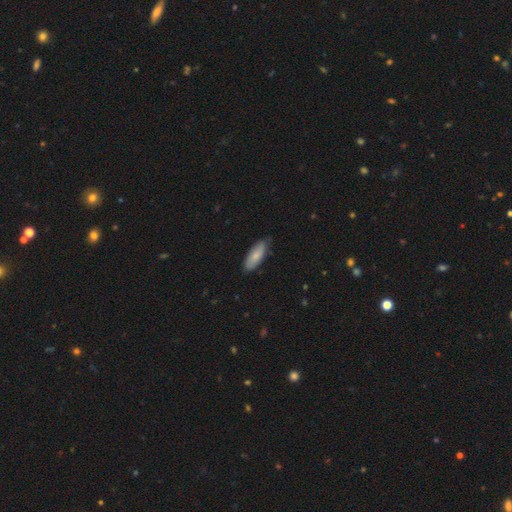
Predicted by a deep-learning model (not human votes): Smooth or featured: smooth — 80% (featured or disk — 14%)
How rounded: in between — 69% (cigar-shaped — 30%)
Merging: none — 80% (minor disturbance — 17%)